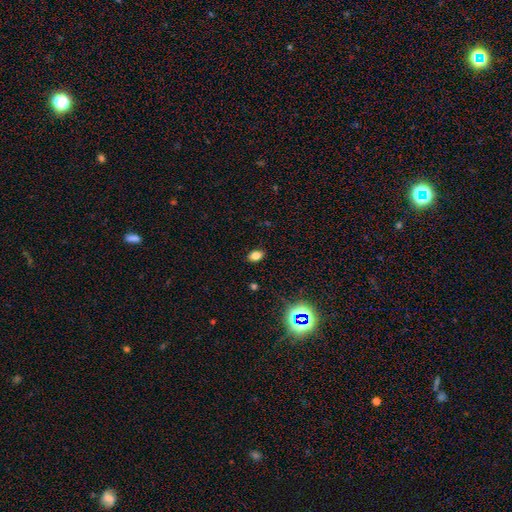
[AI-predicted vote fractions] This appears to be a smooth galaxy with no disk features (78%) that is in between round and cigar-shaped (85%). Merging: none (87%).